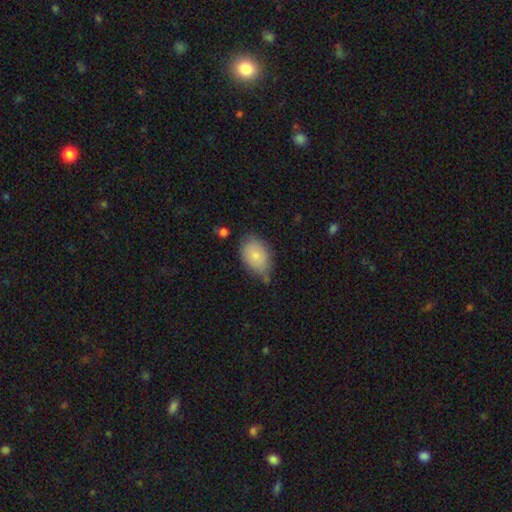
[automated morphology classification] This is clearly a smooth galaxy (82%). How rounded: clearly in between (83%). Merging: likely none (60%).